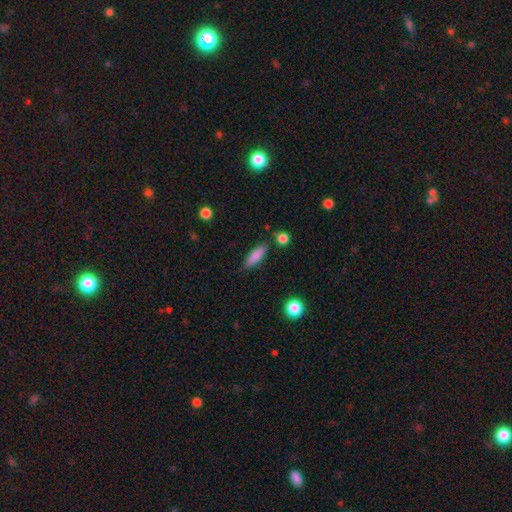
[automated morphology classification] This appears to be a smooth galaxy with no disk features (85%) that is cigar-shaped (50%). Merging: none (80%).